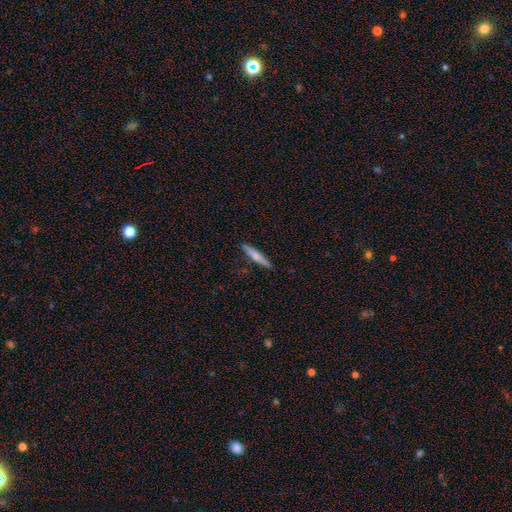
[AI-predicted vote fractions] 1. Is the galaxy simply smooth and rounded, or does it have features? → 65% smooth, 29% featured or disk, 6% star or artifact.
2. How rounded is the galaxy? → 93% cigar-shaped, 6% in between, 1% round.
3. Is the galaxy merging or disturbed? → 89% none, 8% minor disturbance, 2% major disturbance, 1% merger.